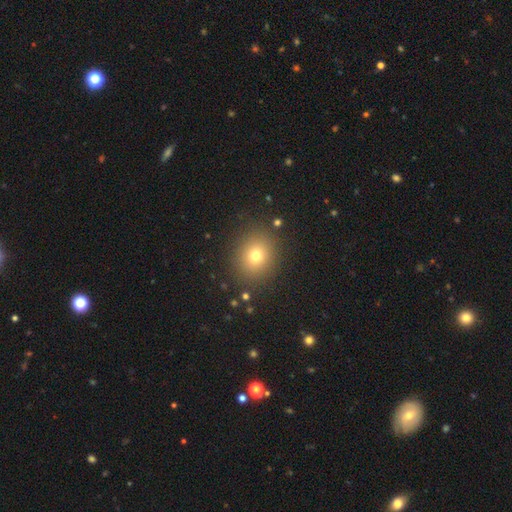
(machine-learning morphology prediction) A smooth galaxy with no disk features (74%) that is round (71%).

Vote fractions:
- Smooth or featured? smooth: 74% / star or artifact: 15% / featured or disk: 10%
- How rounded? round: 71% / in between: 28% / cigar-shaped: 1%
- Merging? none: 87% / minor disturbance: 8% / major disturbance: 3% / merger: 2%